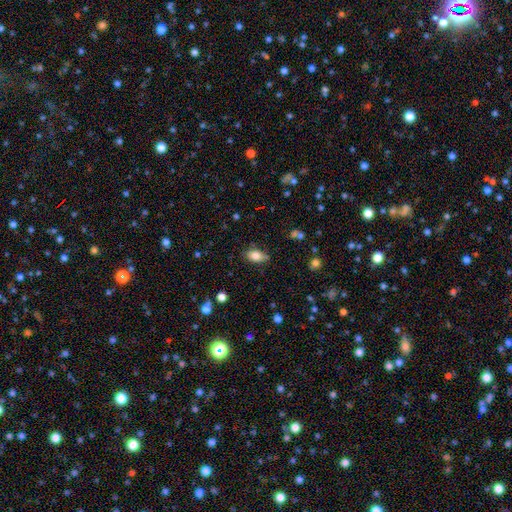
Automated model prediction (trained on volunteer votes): smooth-or-featured: smooth: 80% | featured or disk: 11% | star or artifact: 9%
  how-rounded: in between: 88% | round: 9% | cigar-shaped: 3%
  merging: none: 76% | minor disturbance: 18% | major disturbance: 4% | merger: 2%